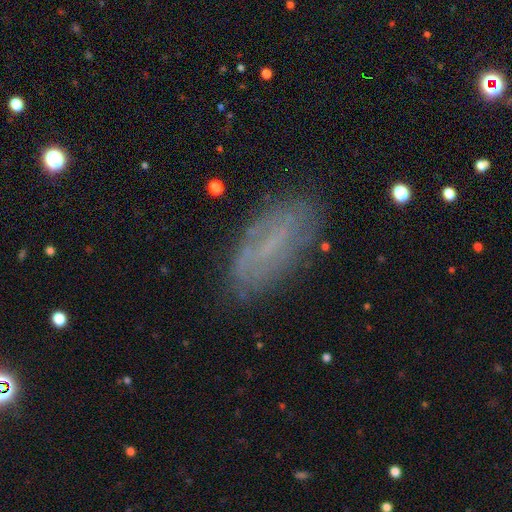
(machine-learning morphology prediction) A smooth galaxy with no disk features (47%). Merging: none (78%).